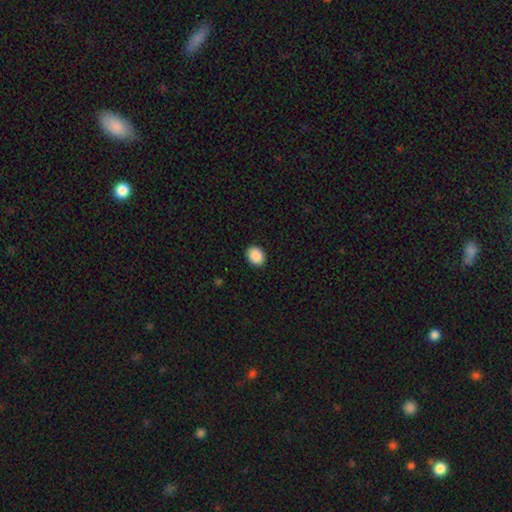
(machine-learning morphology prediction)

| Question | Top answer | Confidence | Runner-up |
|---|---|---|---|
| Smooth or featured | smooth | 90% | star or artifact (8%) |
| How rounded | in between | 55% | round (44%) |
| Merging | none | 91% | minor disturbance (6%) |